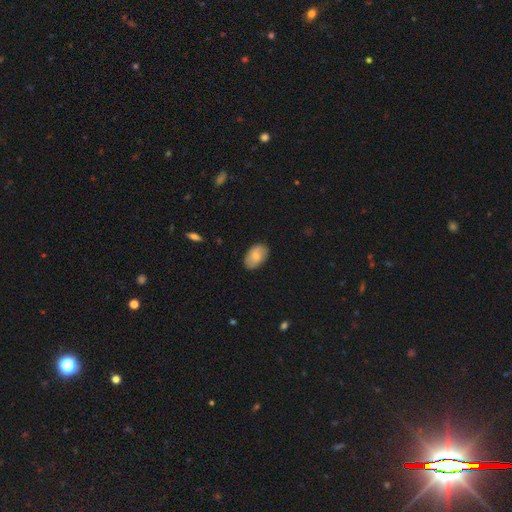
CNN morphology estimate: Overall: smooth (76%). How rounded: in between (91%). Merging: none (82%).